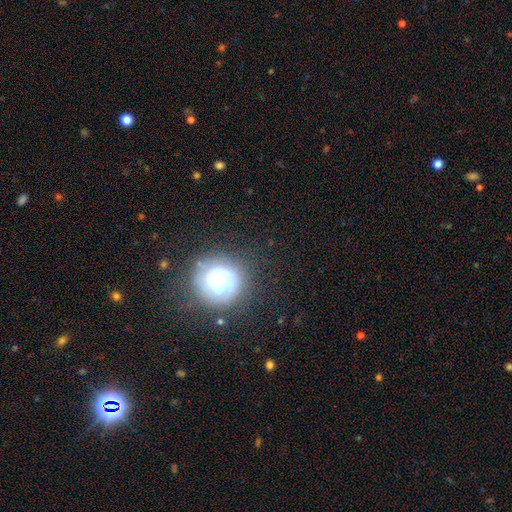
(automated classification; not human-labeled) smooth 58%, star or artifact 25%, featured or disk 18%. Down the decision tree: how rounded — round (90%); merging — none (79%).